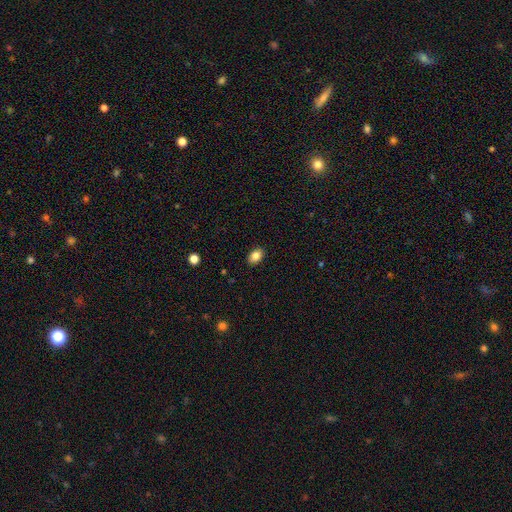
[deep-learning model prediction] A smooth galaxy with no disk features (84%) that is in between round and cigar-shaped (83%).

Vote fractions:
- Smooth or featured? smooth: 84% / star or artifact: 9% / featured or disk: 7%
- How rounded? in between: 83% / round: 15% / cigar-shaped: 1%
- Merging? none: 89% / minor disturbance: 8% / major disturbance: 2% / merger: 1%